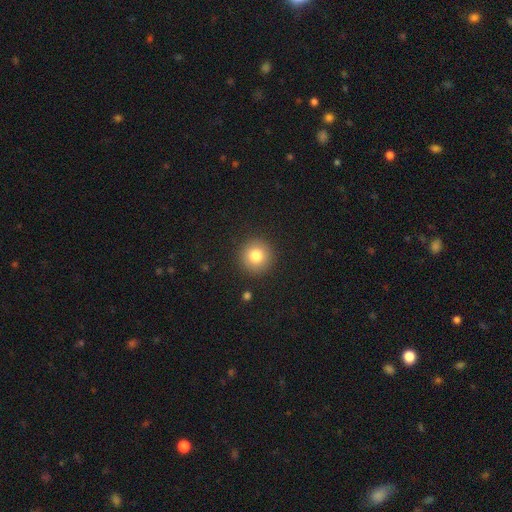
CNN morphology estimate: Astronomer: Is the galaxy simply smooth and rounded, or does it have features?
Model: smooth — 80%.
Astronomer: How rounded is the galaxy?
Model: round — 95%.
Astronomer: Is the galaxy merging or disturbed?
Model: none — 91%.